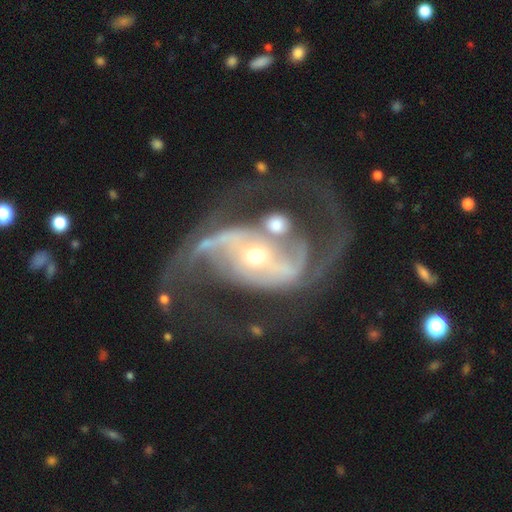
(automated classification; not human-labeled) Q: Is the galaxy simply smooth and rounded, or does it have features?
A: featured or disk — 90%.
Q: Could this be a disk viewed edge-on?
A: no — 97%.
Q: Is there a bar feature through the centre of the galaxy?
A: strong — 38%.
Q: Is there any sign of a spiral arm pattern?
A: yes — 95%.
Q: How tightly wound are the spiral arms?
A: medium — 52%.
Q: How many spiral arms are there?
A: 2 — 89%.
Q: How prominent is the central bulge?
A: small — 53%.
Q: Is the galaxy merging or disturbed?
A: none — 56%.